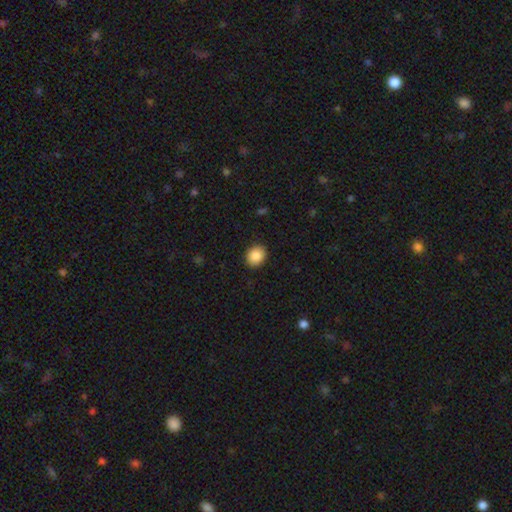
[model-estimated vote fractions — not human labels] smooth-or-featured: smooth: 88% | star or artifact: 8% | featured or disk: 4%
  how-rounded: round: 57% | in between: 42% | cigar-shaped: 1%
  merging: none: 90% | minor disturbance: 7% | major disturbance: 2% | merger: 1%